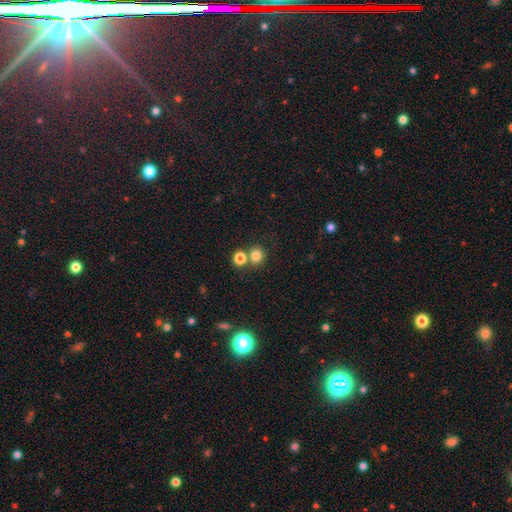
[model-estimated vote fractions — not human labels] A smooth galaxy with no disk features (79%) that is round (83%). Merging: none (63%).